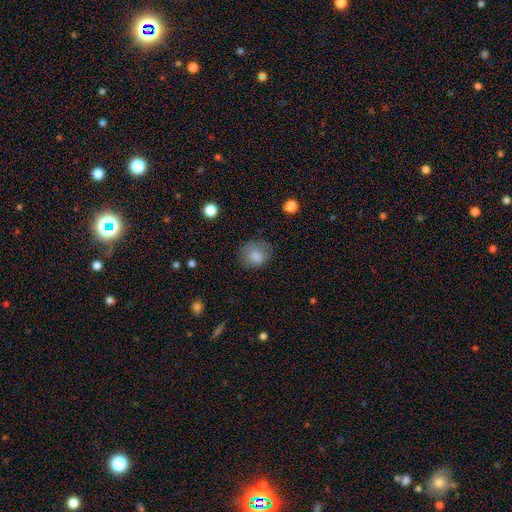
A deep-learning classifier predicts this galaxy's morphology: Smooth or featured?
  - smooth: 81% *
  - star or artifact: 10%
  - featured or disk: 9%
How rounded?
  - round: 69% *
  - in between: 30%
  - cigar-shaped: 1%
Merging?
  - none: 66% *
  - minor disturbance: 22%
  - major disturbance: 10%
  - merger: 2%